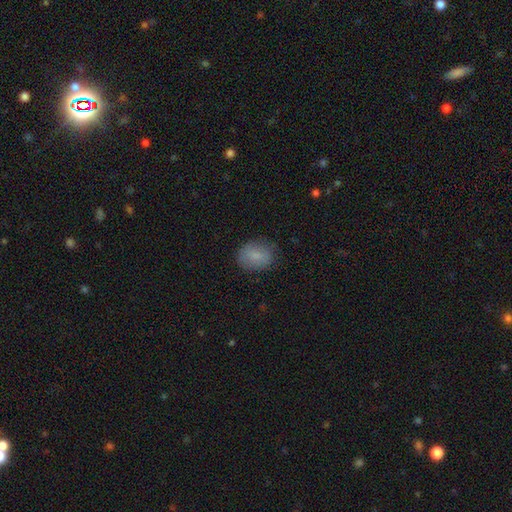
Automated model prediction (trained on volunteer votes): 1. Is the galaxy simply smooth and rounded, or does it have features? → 82% smooth, 10% featured or disk, 8% star or artifact.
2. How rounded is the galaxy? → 55% in between, 44% round, 1% cigar-shaped.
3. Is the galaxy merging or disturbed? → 81% none, 14% minor disturbance, 4% major disturbance, 1% merger.